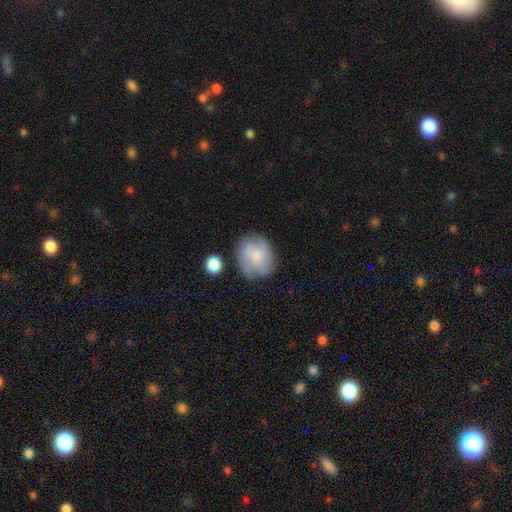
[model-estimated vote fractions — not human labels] smooth 60%, featured or disk 32%, star or artifact 8%. Down the decision tree: how rounded — round (57%); merging — none (61%).